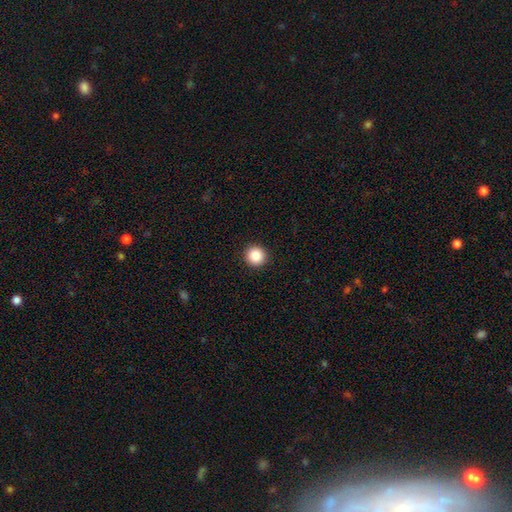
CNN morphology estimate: Q: Smooth or featured?
A: smooth (87%); runner-up: star or artifact (9%)
Q: How rounded?
A: round (96%); runner-up: in between (3%)
Q: Merging?
A: none (93%); runner-up: minor disturbance (4%)